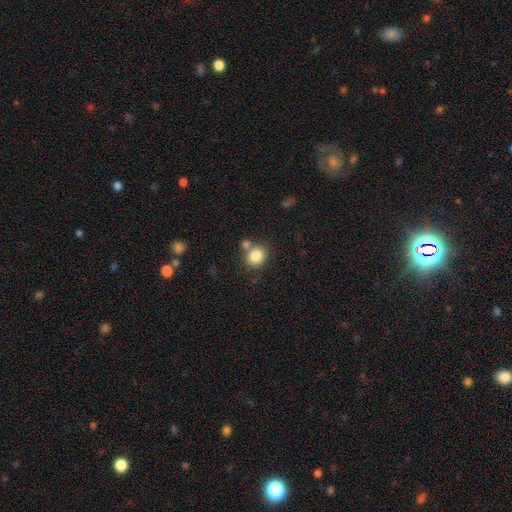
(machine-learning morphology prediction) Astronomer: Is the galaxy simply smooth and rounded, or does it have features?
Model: smooth — 84%.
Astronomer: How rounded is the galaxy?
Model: round — 81%.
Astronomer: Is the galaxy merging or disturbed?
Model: none — 65%.